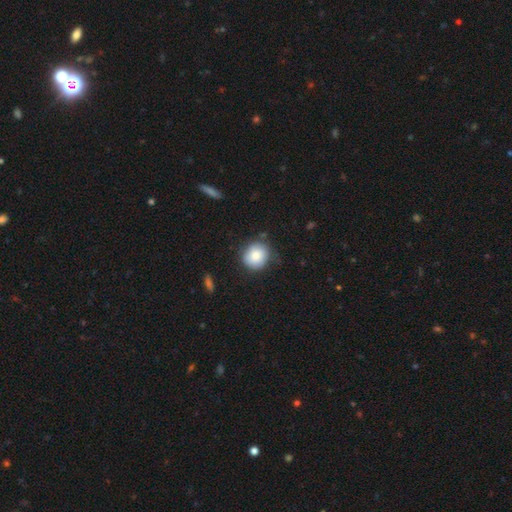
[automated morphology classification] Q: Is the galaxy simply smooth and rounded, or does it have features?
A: smooth — 82%.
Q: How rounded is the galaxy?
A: round — 84%.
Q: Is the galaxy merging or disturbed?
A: none — 76%.